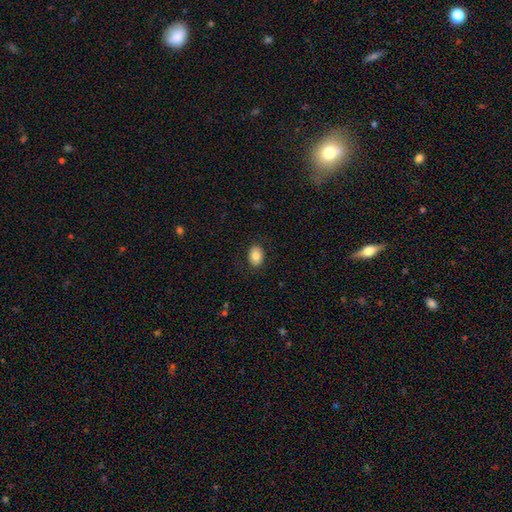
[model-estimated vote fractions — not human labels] smooth 81%, featured or disk 11%, star or artifact 8%. Down the decision tree: how rounded — in between (72%); merging — none (87%).